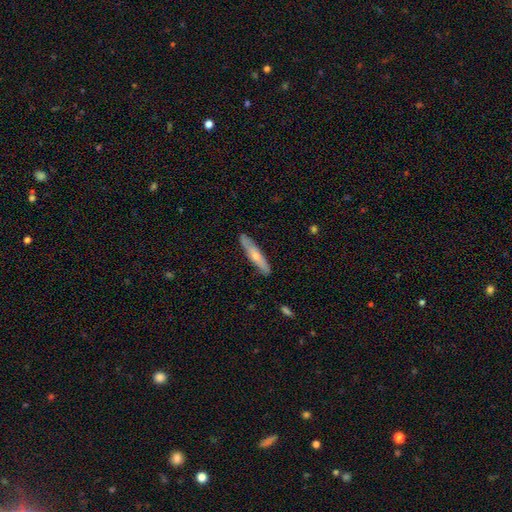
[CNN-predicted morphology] Overall: smooth (55%; featured or disk 40%). How rounded: cigar-shaped (87%). Merging: none (86%).